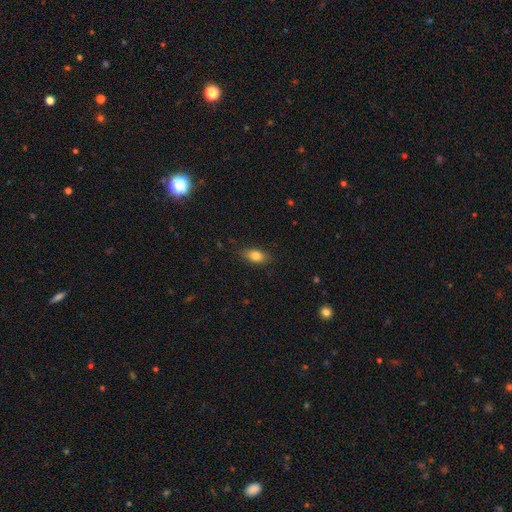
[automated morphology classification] Smooth or featured? Predicted: smooth (p=0.79). How rounded? Predicted: in between (p=0.83). Merging? Predicted: none (p=0.84).